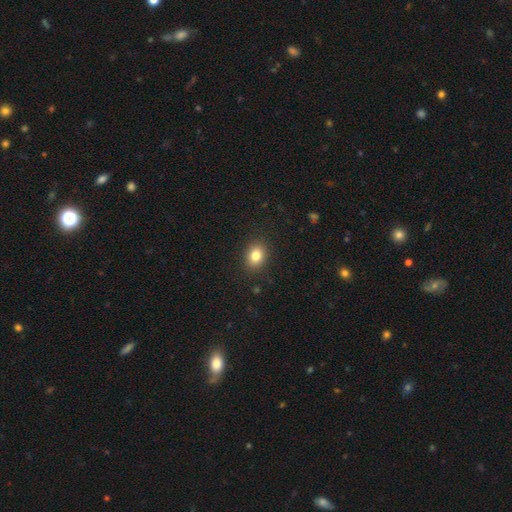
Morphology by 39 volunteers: Volunteers were most divided on "how rounded": in between: 57%, round: 43%, cigar-shaped: 0%. More confident: merging — none (83%); smooth or featured — smooth (77%).